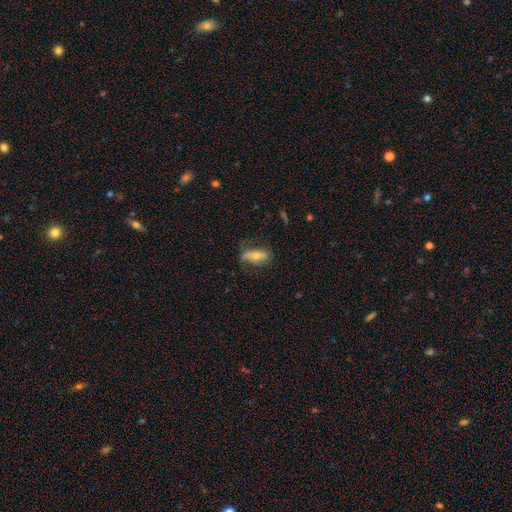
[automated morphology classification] smooth 47%, featured or disk 45%, star or artifact 8%. Down the decision tree: merging — none (55%).